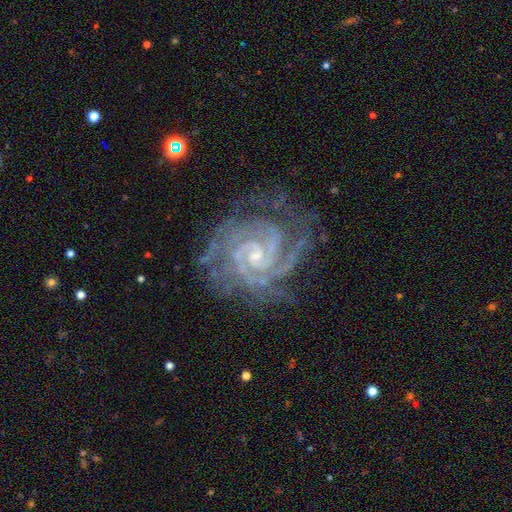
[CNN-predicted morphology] featured or disk 93%, star or artifact 5%, smooth 2%. Down the decision tree: edge-on disk — no (98%); bar — no (48%); spiral arms — yes (99%); spiral arm count — 2 (39%); spiral winding — tight (78%); bulge size — small (76%); merging — none (72%).